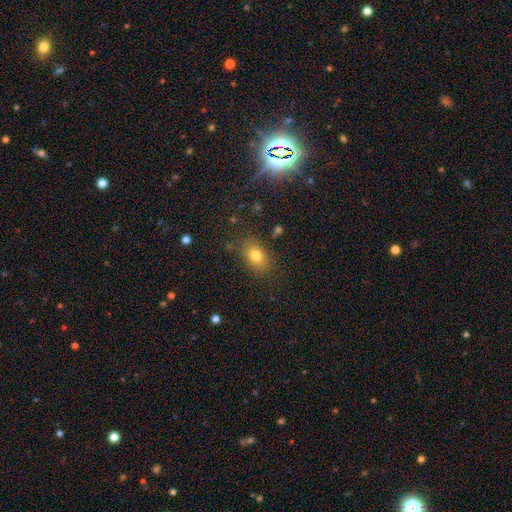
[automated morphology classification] A smooth galaxy with no disk features (78%) that is in between round and cigar-shaped (80%). Merging: none (81%).